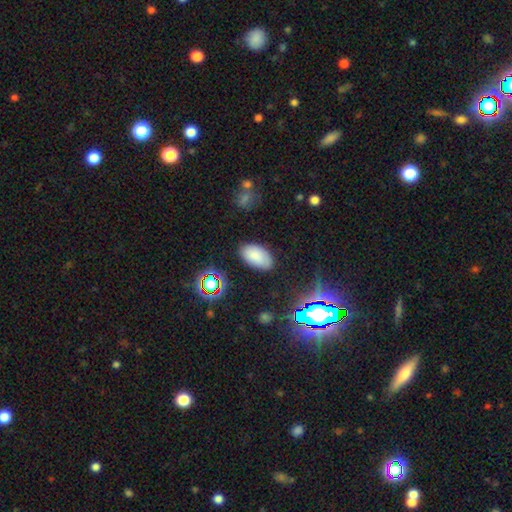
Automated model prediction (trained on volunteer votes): This is clearly a smooth galaxy (81%). How rounded: clearly in between (95%). Merging: clearly none (82%).